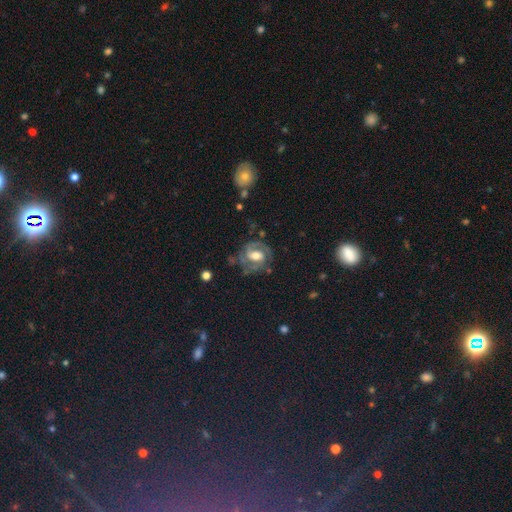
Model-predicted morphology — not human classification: The model was most divided on "spiral winding": tight: 45%, medium: 43%, loose: 13%. Remaining: edge-on disk — no (97%); spiral arms — yes (88%); smooth or featured — featured or disk (78%); spiral arm count — 2 (70%); merging — none (61%); bulge size — moderate (59%); bar — weak (45%).